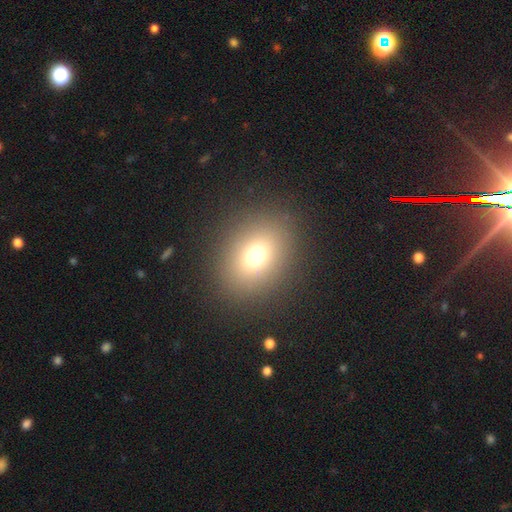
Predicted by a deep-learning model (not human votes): Q: Smooth or featured?
A: smooth (72%); runner-up: star or artifact (16%)
Q: How rounded?
A: in between (53%); runner-up: round (46%)
Q: Merging?
A: none (87%); runner-up: minor disturbance (7%)